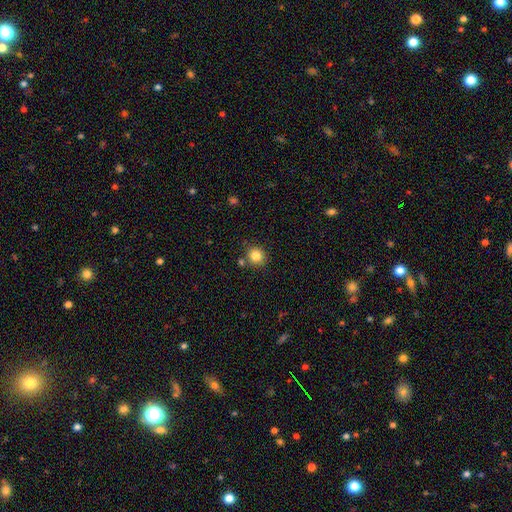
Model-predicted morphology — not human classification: Q: Smooth or featured?
A: smooth (84%); runner-up: star or artifact (11%)
Q: How rounded?
A: round (87%); runner-up: in between (13%)
Q: Merging?
A: none (80%); runner-up: minor disturbance (10%)